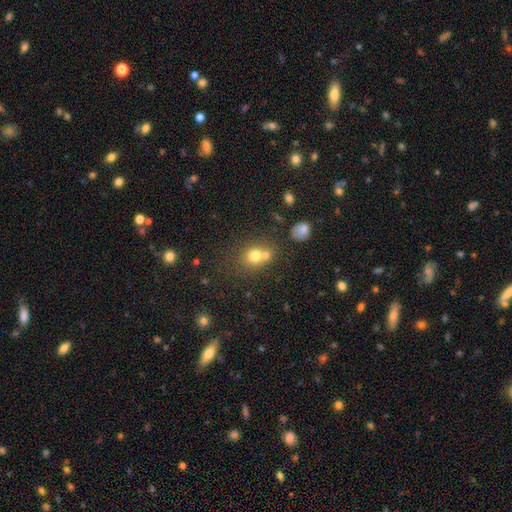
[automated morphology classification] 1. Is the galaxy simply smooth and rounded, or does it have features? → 74% smooth, 14% star or artifact, 13% featured or disk.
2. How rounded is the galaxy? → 72% round, 27% in between, 1% cigar-shaped.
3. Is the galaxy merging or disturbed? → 44% merger, 43% none, 9% minor disturbance, 4% major disturbance.